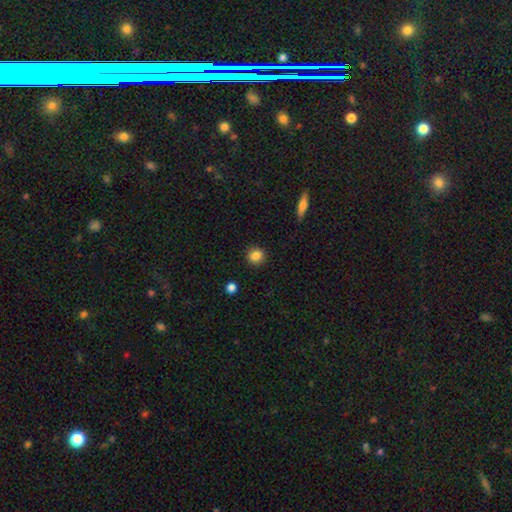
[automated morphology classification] smooth_or_featured: smooth (p=0.85) [alt: star or artifact p=0.10]
how_rounded: round (p=0.86) [alt: in between p=0.13]
merging: none (p=0.90) [alt: minor disturbance p=0.06]